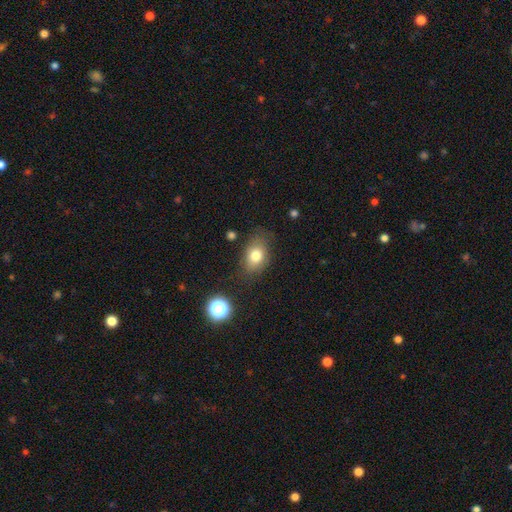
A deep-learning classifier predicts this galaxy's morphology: smooth_or_featured: smooth (p=0.78) [alt: featured or disk p=0.12]
how_rounded: in between (p=0.75) [alt: round p=0.23]
merging: none (p=0.73) [alt: minor disturbance p=0.19]